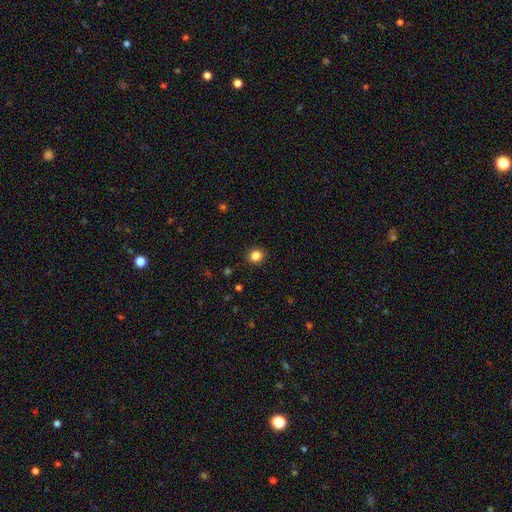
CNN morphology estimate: A smooth galaxy with no disk features (84%) that is round (86%). Merging: none (91%).